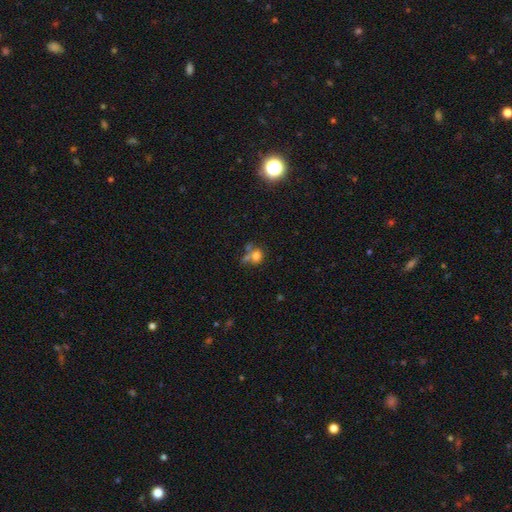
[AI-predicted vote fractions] smooth 72%, featured or disk 14%, star or artifact 14%. Down the decision tree: how rounded — round (69%); merging — none (40%).